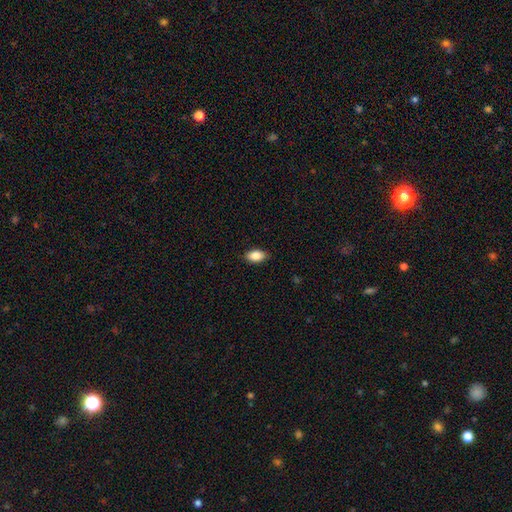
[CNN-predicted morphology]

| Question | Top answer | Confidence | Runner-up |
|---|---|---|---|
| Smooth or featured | smooth | 86% | star or artifact (7%) |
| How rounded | in between | 91% | round (6%) |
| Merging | none | 85% | minor disturbance (12%) |